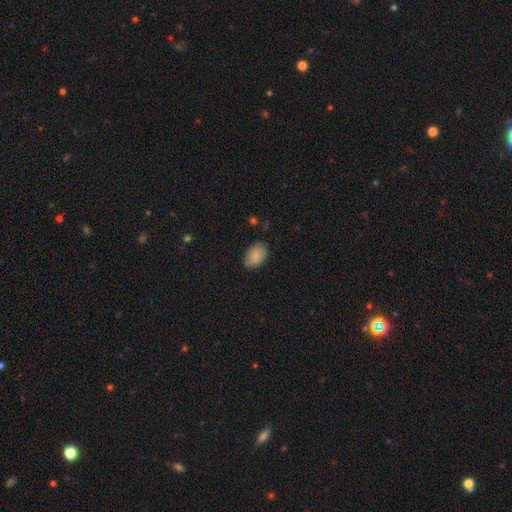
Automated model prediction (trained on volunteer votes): This appears to be a smooth galaxy with no disk features (87%) that is in between round and cigar-shaped (87%). Merging: none (78%).